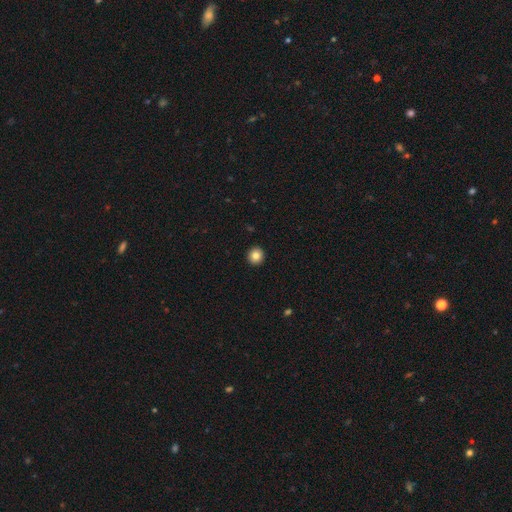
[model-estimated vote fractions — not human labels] The model was most divided on "smooth or featured": smooth: 83%, star or artifact: 10%, featured or disk: 7%. More confident: merging — none (94%); how rounded — round (93%).